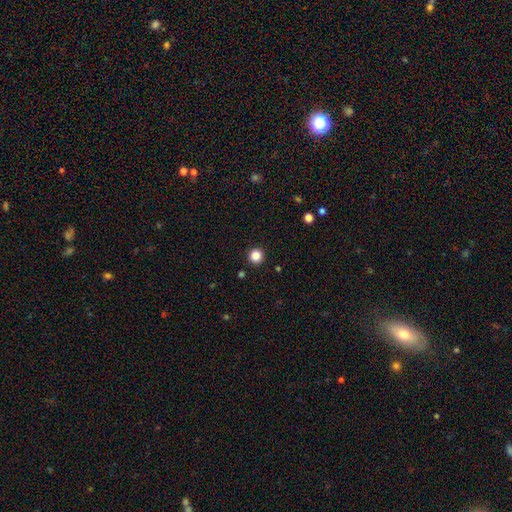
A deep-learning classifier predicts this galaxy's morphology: This appears to be a smooth galaxy with no disk features (85%) that is round (96%). Merging: none (93%).